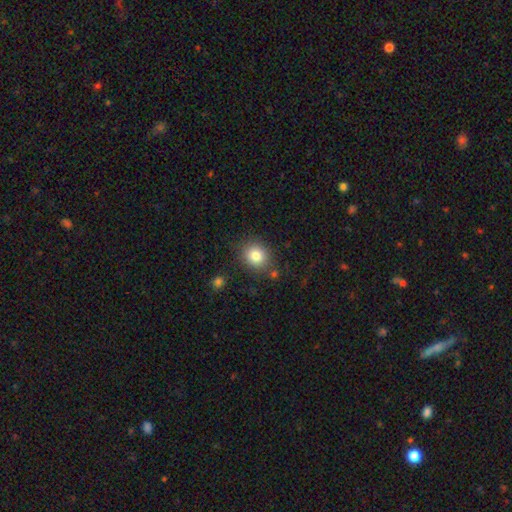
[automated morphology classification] Smooth or featured: smooth — 82% (star or artifact — 11%)
How rounded: round — 80% (in between — 19%)
Merging: none — 82% (minor disturbance — 11%)